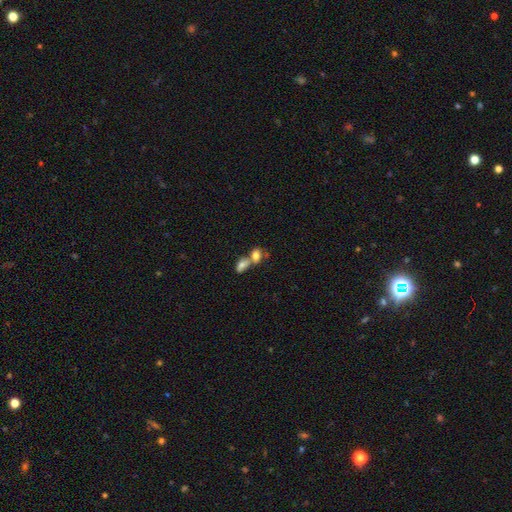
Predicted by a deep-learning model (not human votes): This appears to be a smooth galaxy with no disk features (75%) that is in between round and cigar-shaped (66%). Merging: merger (66%).